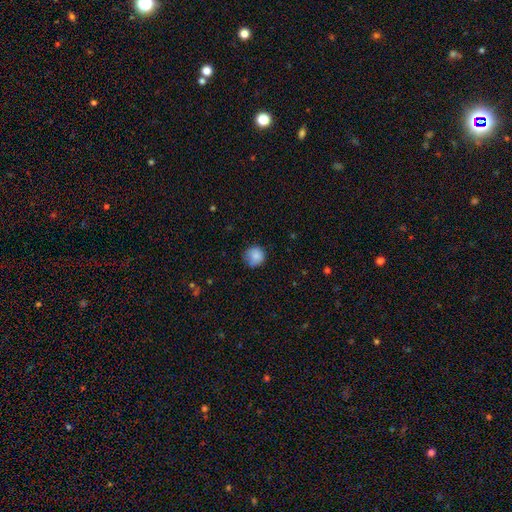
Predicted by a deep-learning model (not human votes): smooth_or_featured: smooth (p=0.85) [alt: star or artifact p=0.09]
how_rounded: round (p=0.90) [alt: in between p=0.09]
merging: none (p=0.70) [alt: minor disturbance p=0.23]